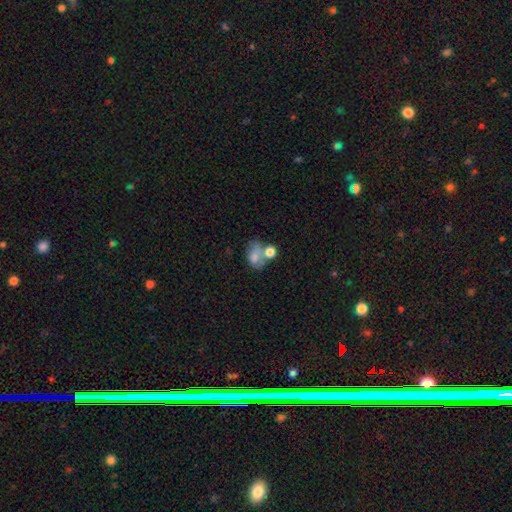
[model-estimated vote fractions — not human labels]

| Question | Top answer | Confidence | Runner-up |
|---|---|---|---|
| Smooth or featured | smooth | 68% | featured or disk (21%) |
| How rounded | in between | 70% | round (28%) |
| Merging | merger | 47% | none (26%) |